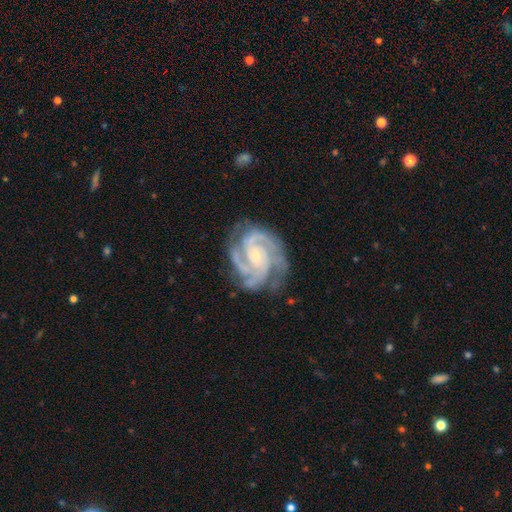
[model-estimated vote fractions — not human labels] This appears to be a featured or disk galaxy (93%) with no bar (63%), 3 (48%) tight (60%) spiral arms (99%) and a small central bulge (73%). Merging: none (73%).